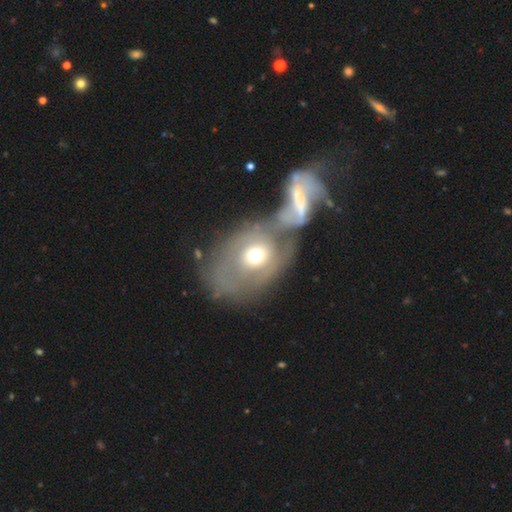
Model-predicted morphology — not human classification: Overall: featured or disk (52%; smooth 40%). Edge-on disk: no (93%). Merging: merger (57%; none 19%).